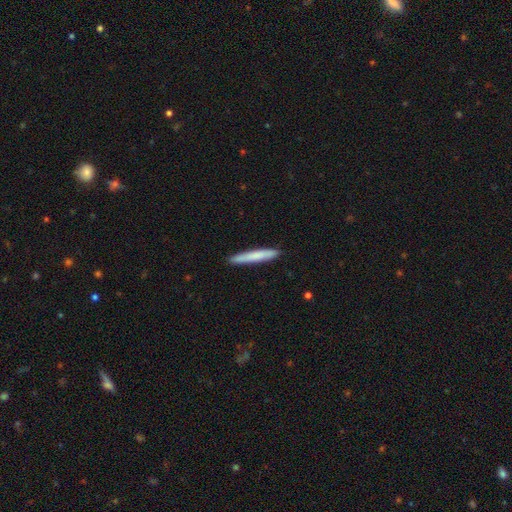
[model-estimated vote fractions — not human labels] smooth-or-featured: smooth: 74% | featured or disk: 20% | star or artifact: 5%
  how-rounded: cigar-shaped: 96% | in between: 3% | round: 1%
  merging: none: 90% | minor disturbance: 7% | major disturbance: 1% | merger: 1%